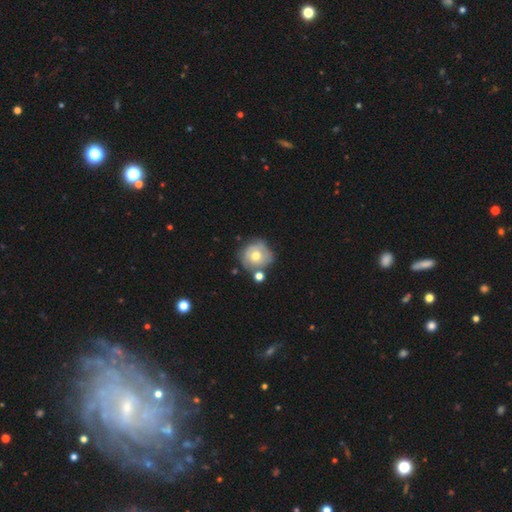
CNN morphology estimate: type=smooth (47%); merging=none (59%).